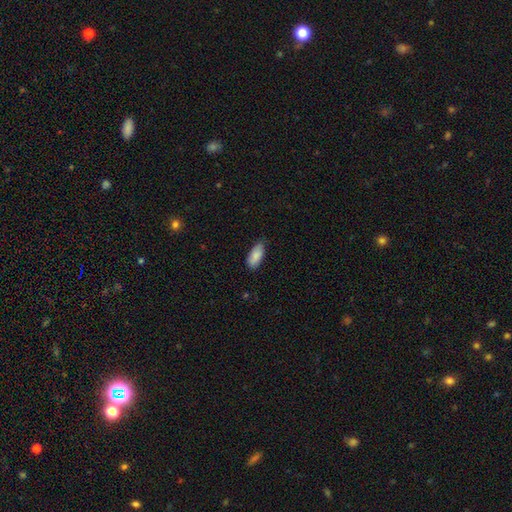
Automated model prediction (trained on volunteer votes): Smooth or featured?
  - smooth: 86% *
  - featured or disk: 8%
  - star or artifact: 6%
How rounded?
  - in between: 88% *
  - cigar-shaped: 11%
  - round: 2%
Merging?
  - none: 72% *
  - minor disturbance: 24%
  - major disturbance: 3%
  - merger: 1%